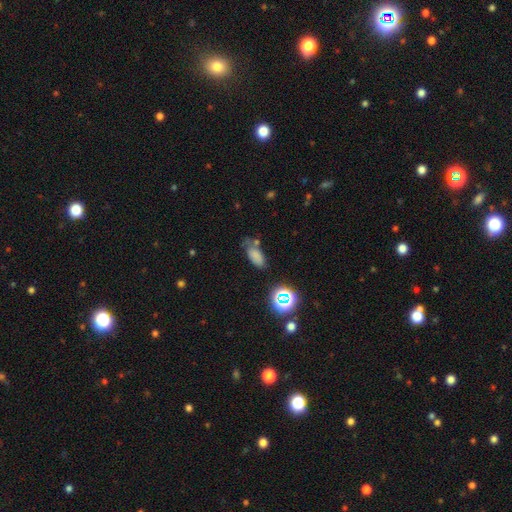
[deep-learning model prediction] Overall: smooth (72%). How rounded: in between (86%). Merging: none (54%; minor disturbance 26%).